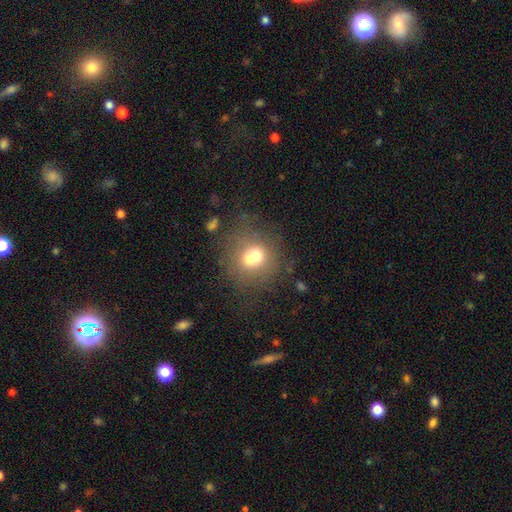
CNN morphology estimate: smooth 62%, featured or disk 25%, star or artifact 13%. Down the decision tree: how rounded — round (85%); merging — merger (48%).